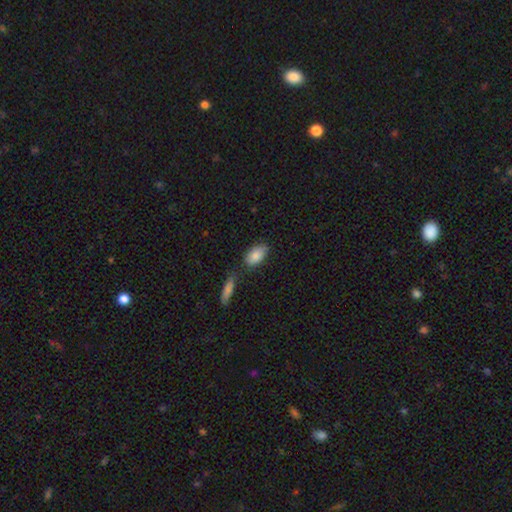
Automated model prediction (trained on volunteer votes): A smooth galaxy with no disk features (85%) that is in between round and cigar-shaped (91%). Merging: none (69%).